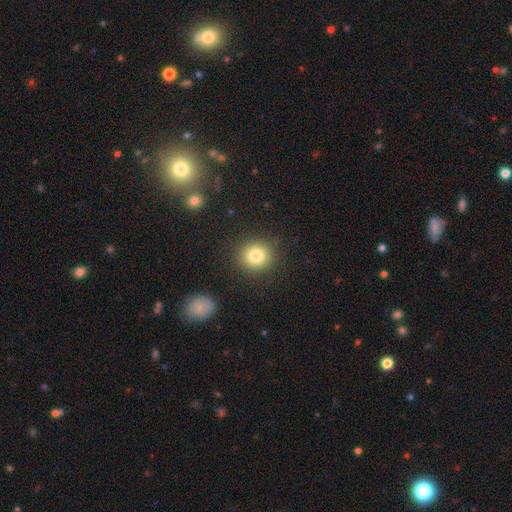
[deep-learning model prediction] This is clearly a smooth galaxy (81%). How rounded: clearly round (88%). Merging: clearly none (89%).